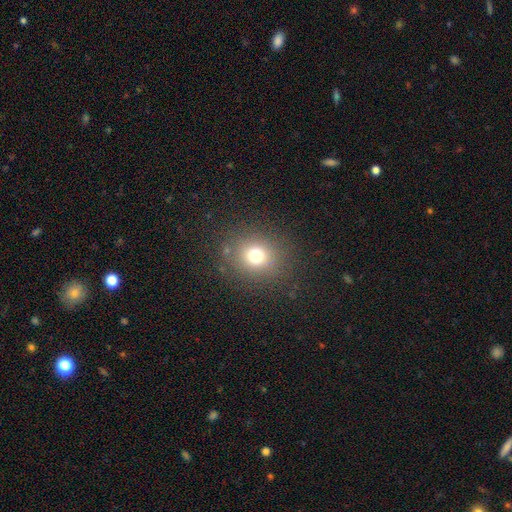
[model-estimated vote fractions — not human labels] A smooth galaxy with no disk features (72%) that is round (80%).

Vote fractions:
- Smooth or featured? smooth: 72% / star or artifact: 18% / featured or disk: 10%
- How rounded? round: 80% / in between: 19% / cigar-shaped: 1%
- Merging? none: 85% / minor disturbance: 9% / major disturbance: 5% / merger: 2%